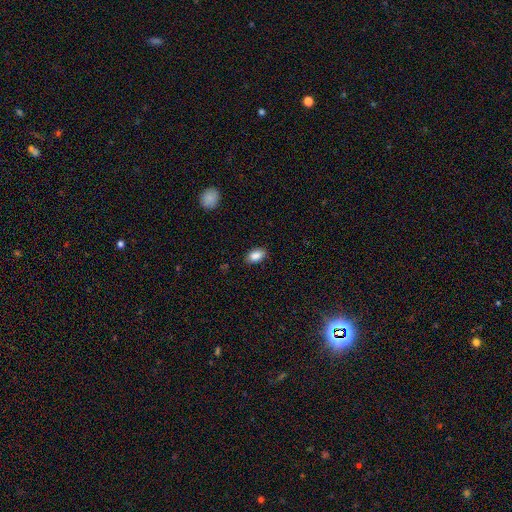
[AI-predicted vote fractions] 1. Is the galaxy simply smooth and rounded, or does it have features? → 87% smooth, 8% star or artifact, 5% featured or disk.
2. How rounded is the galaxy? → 90% in between, 8% round, 2% cigar-shaped.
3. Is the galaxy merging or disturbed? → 86% none, 10% minor disturbance, 2% major disturbance, 1% merger.